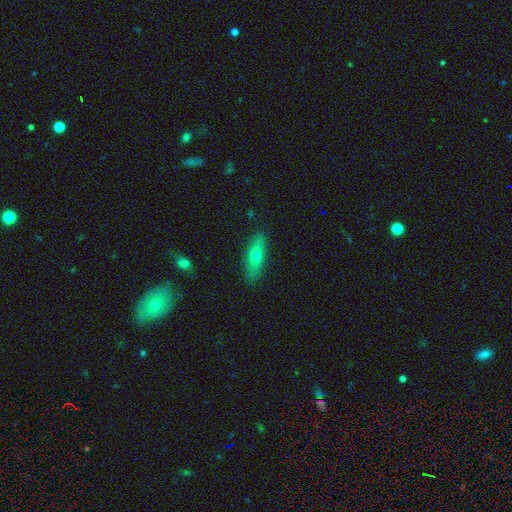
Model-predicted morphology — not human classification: Smooth or featured?
  - smooth: 58% *
  - featured or disk: 35%
  - star or artifact: 7%
How rounded?
  - cigar-shaped: 64% *
  - in between: 33%
  - round: 3%
Merging?
  - none: 87% *
  - minor disturbance: 10%
  - major disturbance: 2%
  - merger: 1%